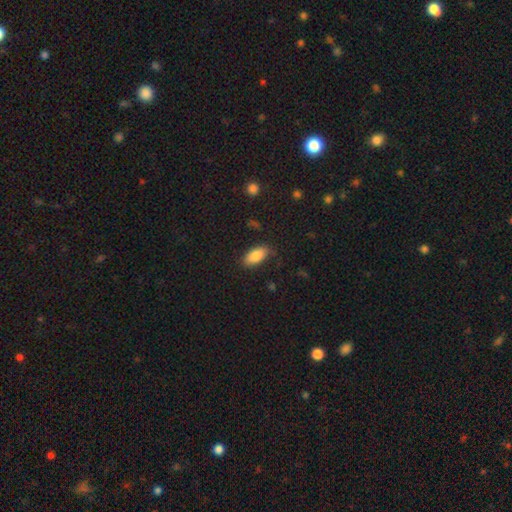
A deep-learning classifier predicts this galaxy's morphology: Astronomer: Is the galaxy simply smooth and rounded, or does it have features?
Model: smooth — 85%.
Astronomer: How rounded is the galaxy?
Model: in between — 89%.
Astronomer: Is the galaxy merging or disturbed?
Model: none — 81%.